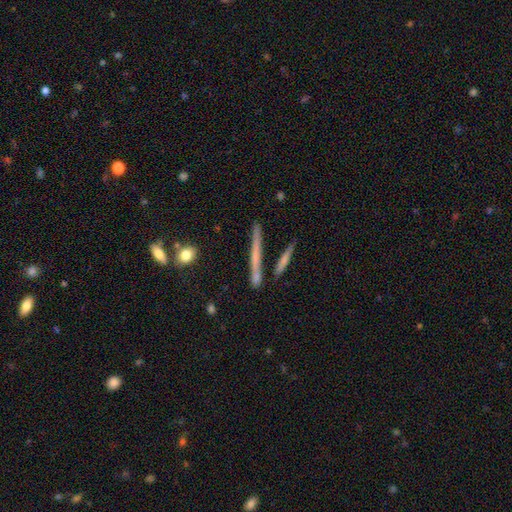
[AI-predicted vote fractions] Smooth or featured: featured or disk — 47% (smooth — 46%)
Merging: none — 81% (minor disturbance — 10%)